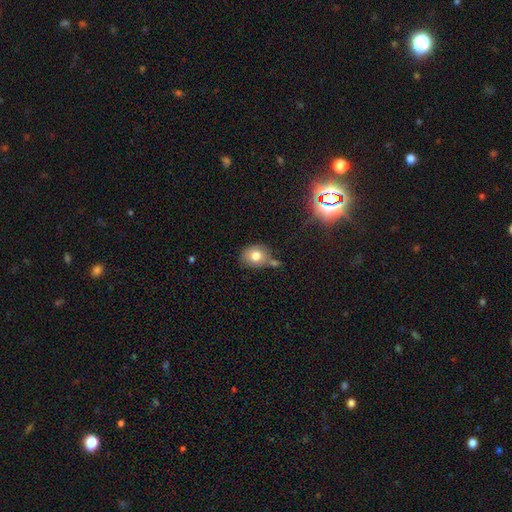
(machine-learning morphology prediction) Smooth or featured?
  - smooth: 75% *
  - featured or disk: 13%
  - star or artifact: 11%
How rounded?
  - round: 60% *
  - in between: 39%
  - cigar-shaped: 1%
Merging?
  - none: 57% *
  - minor disturbance: 19%
  - merger: 18%
  - major disturbance: 6%